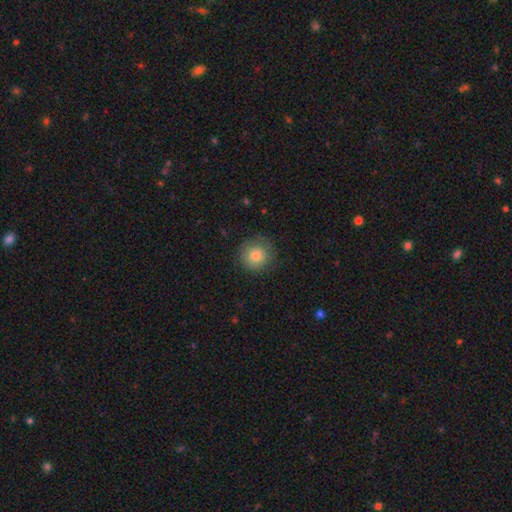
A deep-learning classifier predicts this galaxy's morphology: Smooth or featured?
  - smooth: 81% *
  - star or artifact: 10%
  - featured or disk: 9%
How rounded?
  - round: 94% *
  - in between: 5%
  - cigar-shaped: 1%
Merging?
  - none: 83% *
  - minor disturbance: 12%
  - major disturbance: 4%
  - merger: 1%